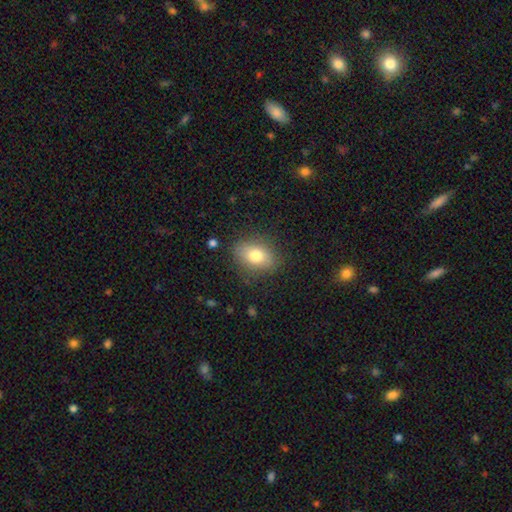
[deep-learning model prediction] This appears to be a smooth galaxy with no disk features (77%) that is in between round and cigar-shaped (75%). Merging: none (81%).